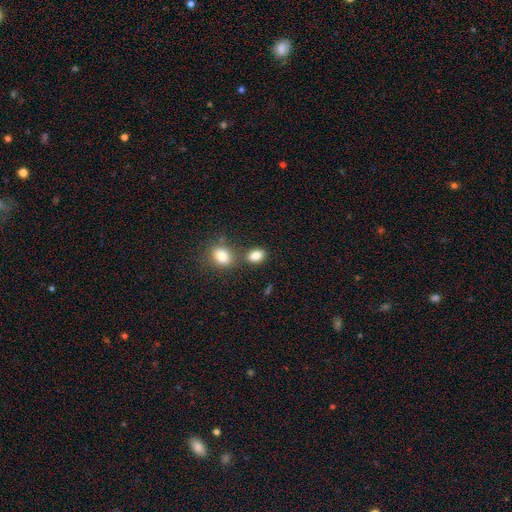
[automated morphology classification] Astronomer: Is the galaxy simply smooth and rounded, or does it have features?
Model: smooth — 84%.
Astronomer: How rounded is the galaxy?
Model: in between — 77%.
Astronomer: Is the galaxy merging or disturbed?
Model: none — 62%.